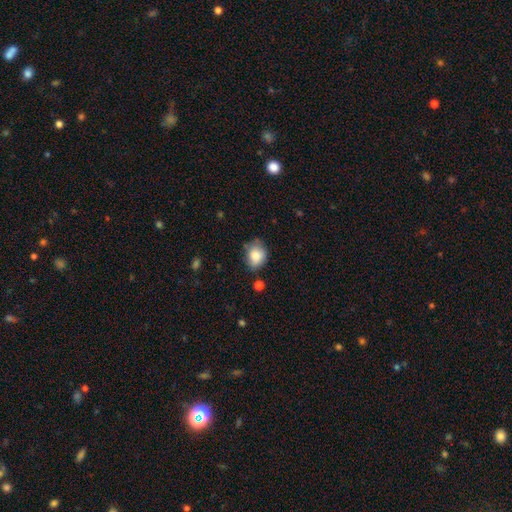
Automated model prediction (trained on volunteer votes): smooth_or_featured: smooth (p=0.82) [alt: featured or disk p=0.10]
how_rounded: in between (p=0.52) [alt: round p=0.47]
merging: none (p=0.65) [alt: minor disturbance p=0.25]